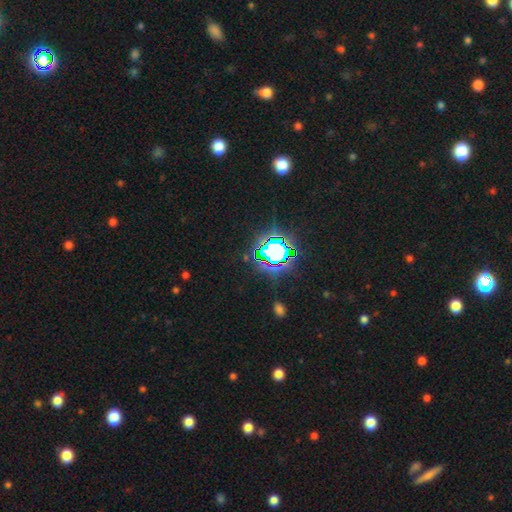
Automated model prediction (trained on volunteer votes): smooth-or-featured: star or artifact: 82% | smooth: 11% | featured or disk: 7%